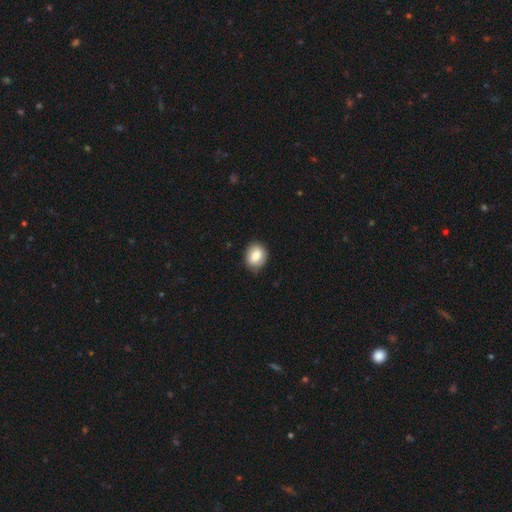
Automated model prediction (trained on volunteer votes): smooth 82%, featured or disk 10%, star or artifact 8%. Down the decision tree: how rounded — round (58%); merging — none (81%).